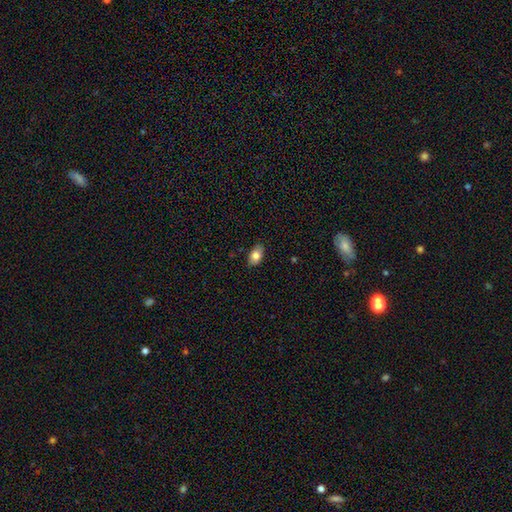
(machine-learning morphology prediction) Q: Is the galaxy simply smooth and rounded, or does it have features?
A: smooth — 80%.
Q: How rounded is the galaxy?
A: in between — 91%.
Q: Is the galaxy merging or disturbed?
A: none — 86%.